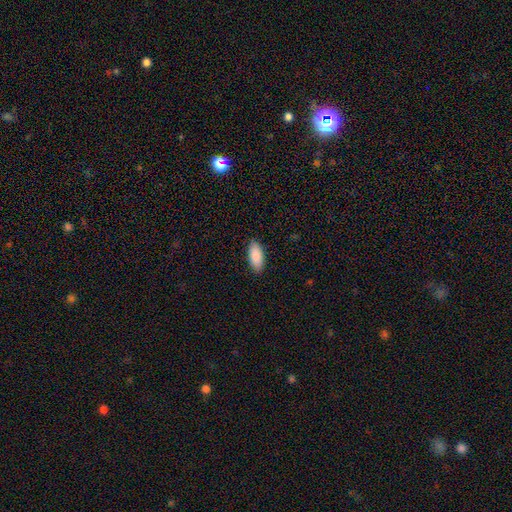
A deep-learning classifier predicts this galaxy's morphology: Smooth or featured? smooth (90%)
How rounded? in between (89%)
Merging? none (86%)